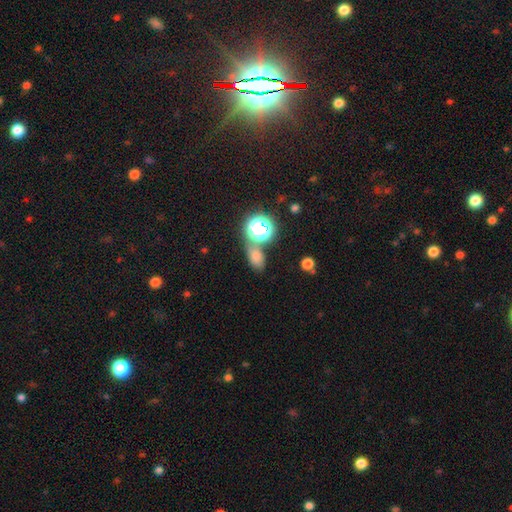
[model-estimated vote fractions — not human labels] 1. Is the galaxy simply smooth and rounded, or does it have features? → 65% smooth, 26% star or artifact, 9% featured or disk.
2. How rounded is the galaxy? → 72% in between, 25% round, 3% cigar-shaped.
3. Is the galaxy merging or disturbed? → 58% none, 22% merger, 14% minor disturbance, 6% major disturbance.